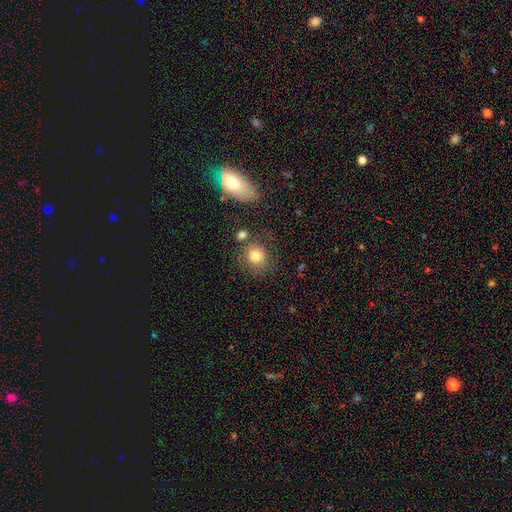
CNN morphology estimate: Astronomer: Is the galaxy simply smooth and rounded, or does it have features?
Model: smooth — 80%.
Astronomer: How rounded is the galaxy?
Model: round — 81%.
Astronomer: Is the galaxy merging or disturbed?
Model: none — 72%.